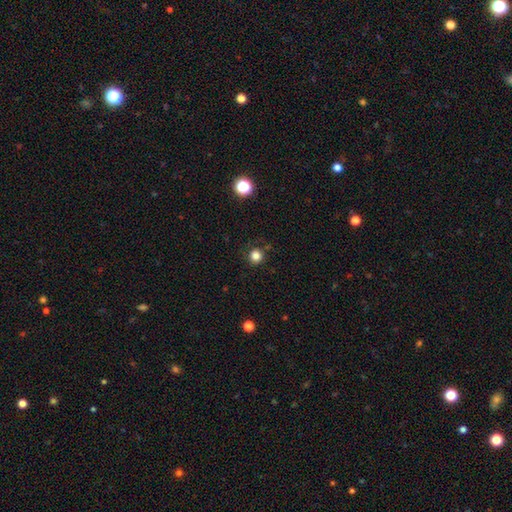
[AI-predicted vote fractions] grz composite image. It shows a smooth galaxy with no disk features (82%) that is round (93%). Merging: none (84%).